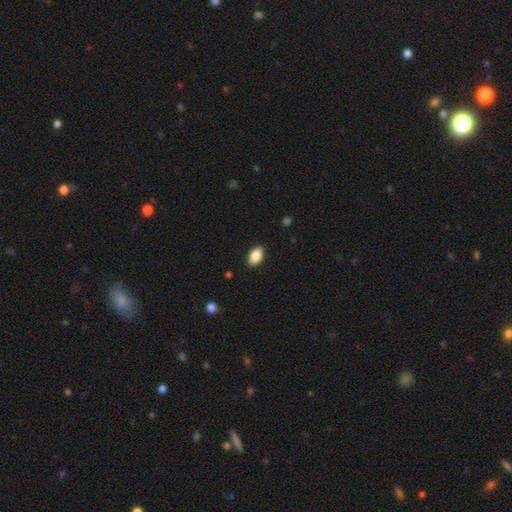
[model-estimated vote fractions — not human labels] Smooth or featured? smooth (86%)
How rounded? in between (92%)
Merging? none (89%)